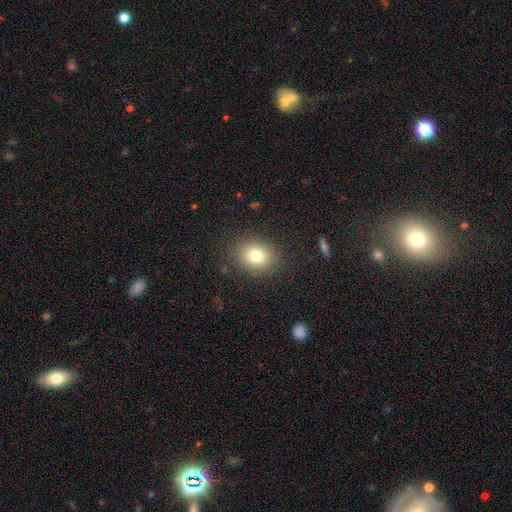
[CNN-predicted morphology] Smooth or featured?
  - smooth: 79% *
  - star or artifact: 11%
  - featured or disk: 10%
How rounded?
  - round: 55% *
  - in between: 45%
  - cigar-shaped: 1%
Merging?
  - none: 86% *
  - minor disturbance: 9%
  - major disturbance: 4%
  - merger: 1%